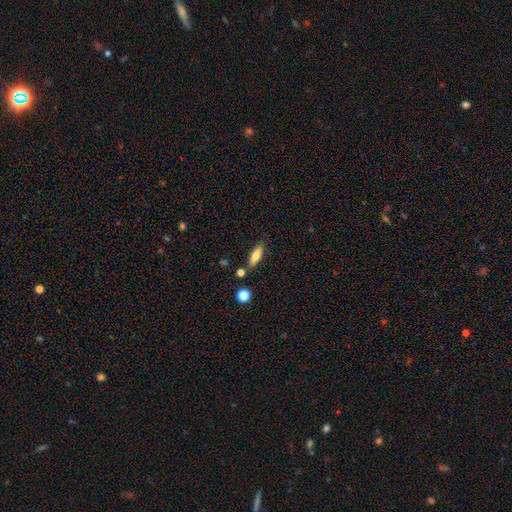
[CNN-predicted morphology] smooth 79%, featured or disk 14%, star or artifact 7%. Down the decision tree: how rounded — in between (51%); merging — none (78%).